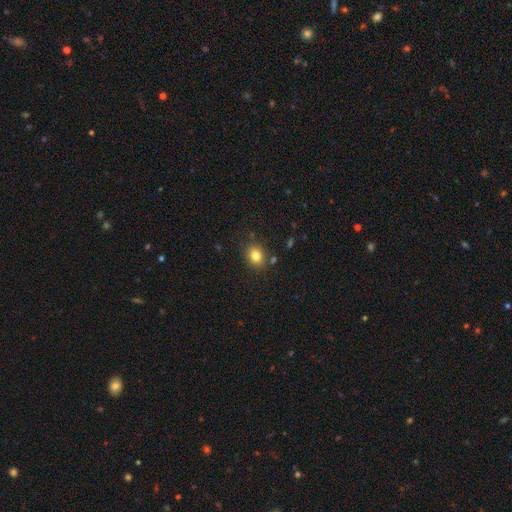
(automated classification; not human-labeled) Morphology: type=smooth (81%); roundness=round (61%); merging=none (83%).